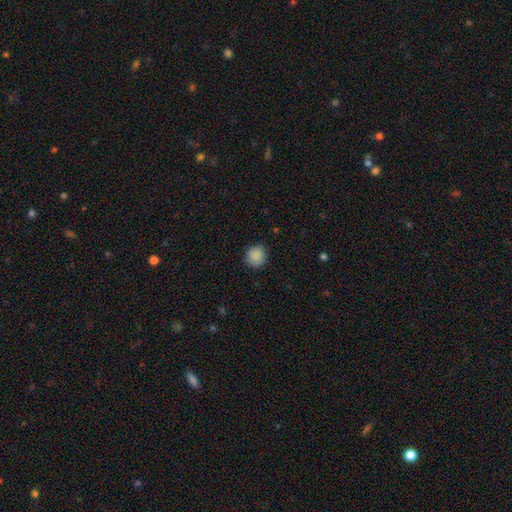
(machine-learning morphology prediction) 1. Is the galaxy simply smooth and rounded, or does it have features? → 89% smooth, 8% star or artifact, 3% featured or disk.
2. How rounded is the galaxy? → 91% round, 8% in between, 1% cigar-shaped.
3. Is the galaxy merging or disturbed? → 88% none, 8% minor disturbance, 2% major disturbance, 1% merger.